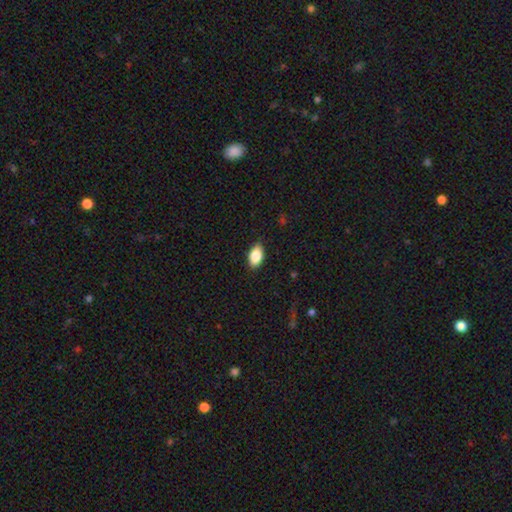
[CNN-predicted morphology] Smooth or featured? Predicted: smooth (p=0.86). How rounded? Predicted: in between (p=0.92). Merging? Predicted: none (p=0.86).